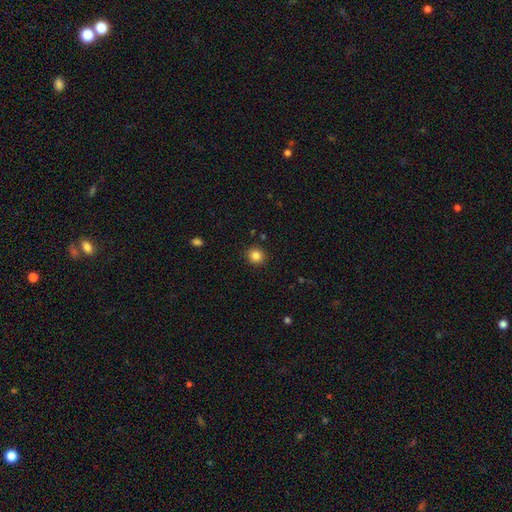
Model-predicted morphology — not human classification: Overall: smooth (85%). How rounded: round (88%). Merging: none (90%).